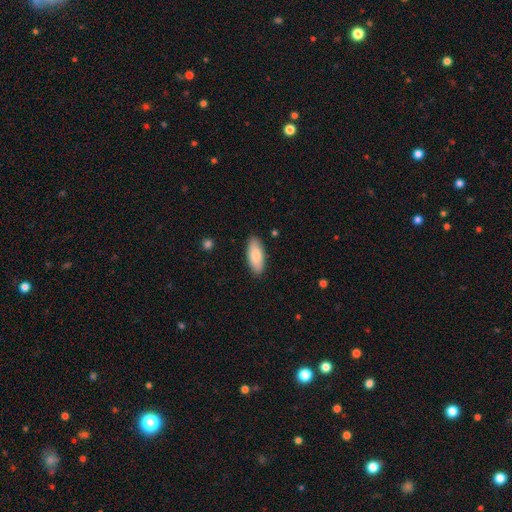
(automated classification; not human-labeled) Q: Smooth or featured?
A: smooth (83%); runner-up: featured or disk (11%)
Q: How rounded?
A: in between (84%); runner-up: cigar-shaped (14%)
Q: Merging?
A: none (87%); runner-up: minor disturbance (10%)